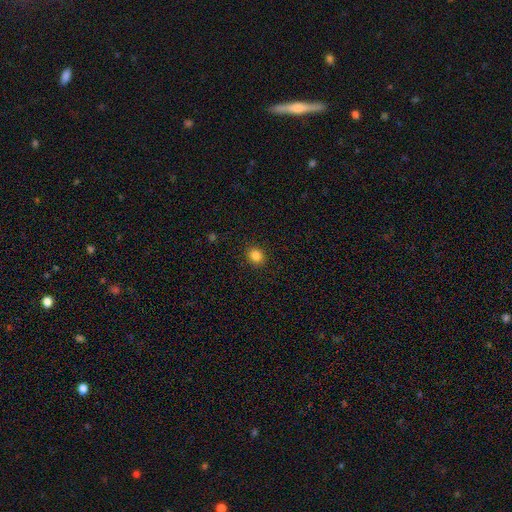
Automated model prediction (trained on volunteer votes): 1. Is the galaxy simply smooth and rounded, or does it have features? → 85% smooth, 11% star or artifact, 4% featured or disk.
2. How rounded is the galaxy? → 79% round, 20% in between, 1% cigar-shaped.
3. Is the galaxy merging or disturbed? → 91% none, 6% minor disturbance, 2% major disturbance, 1% merger.